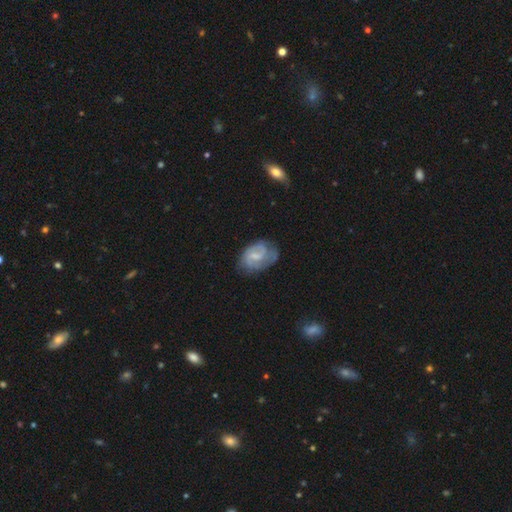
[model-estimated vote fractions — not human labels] This appears to be a featured or disk galaxy (71%) with a weak bar (56%), 2 (62%) medium (44%) spiral arms (89%) and a small central bulge (41%). Merging: none (63%).